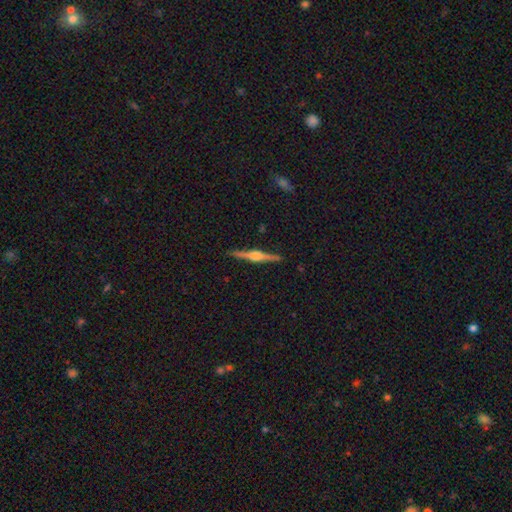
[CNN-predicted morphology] Smooth or featured: featured or disk — 82% (smooth — 12%)
Edge-on disk: yes — 99% (no — 1%)
Edge-on bulge: rounded — 92% (boxy — 5%)
Merging: none — 92% (minor disturbance — 6%)